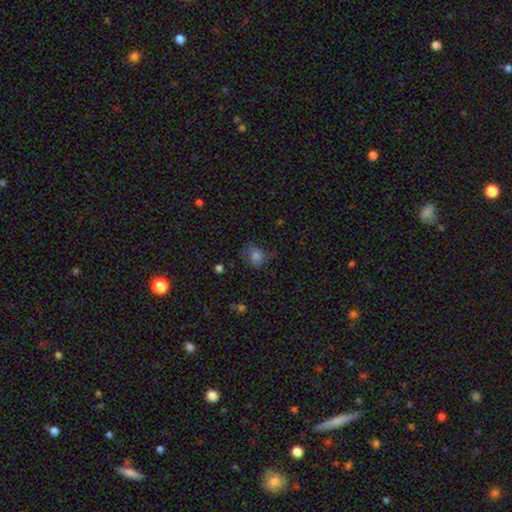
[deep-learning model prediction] Smooth or featured? smooth (67%)
How rounded? round (65%)
Merging? none (58%)